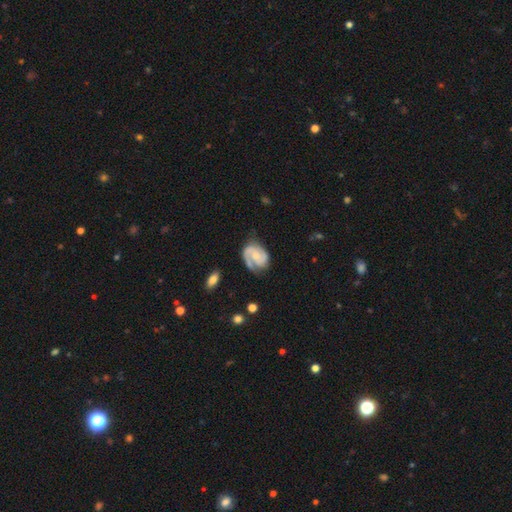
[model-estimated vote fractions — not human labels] Overall: featured or disk (82%). Edge-on disk: no (98%). Bar: no (56%; weak 36%). Spiral arms: yes (96%). Spiral arm count: 2 (80%). Spiral winding: medium (46%; tight 38%). Bulge size: small (51%; moderate 36%). Merging: none (65%).